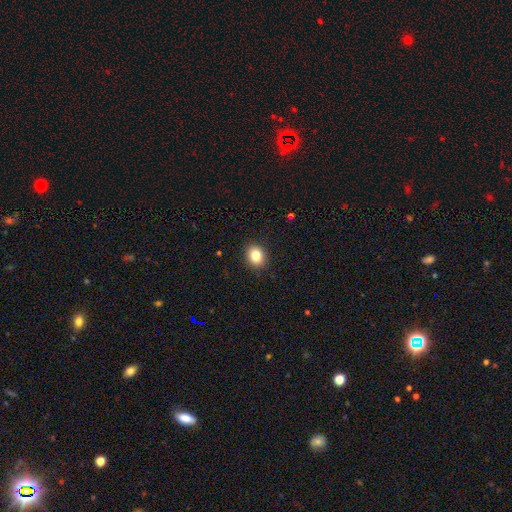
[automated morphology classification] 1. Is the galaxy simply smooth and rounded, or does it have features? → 84% smooth, 10% star or artifact, 7% featured or disk.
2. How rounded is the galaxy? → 53% round, 46% in between, 1% cigar-shaped.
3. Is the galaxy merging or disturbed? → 90% none, 7% minor disturbance, 2% major disturbance, 1% merger.